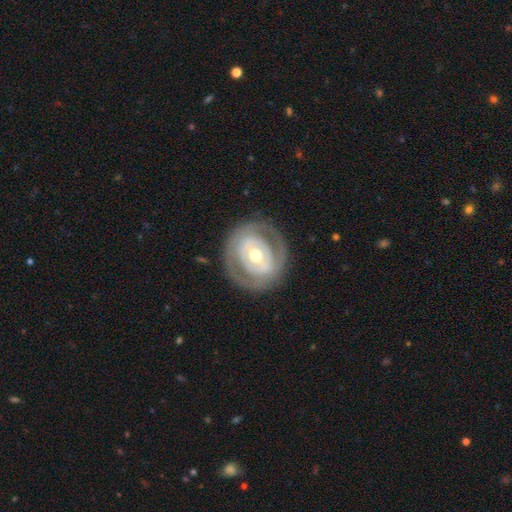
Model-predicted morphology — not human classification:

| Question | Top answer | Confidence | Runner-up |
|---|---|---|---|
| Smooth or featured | featured or disk | 68% | smooth (27%) |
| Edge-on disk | no | 95% | yes (5%) |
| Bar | no | 57% | weak (26%) |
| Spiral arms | no | 71% | yes (29%) |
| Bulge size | moderate | 67% | small (26%) |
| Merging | none | 81% | minor disturbance (12%) |